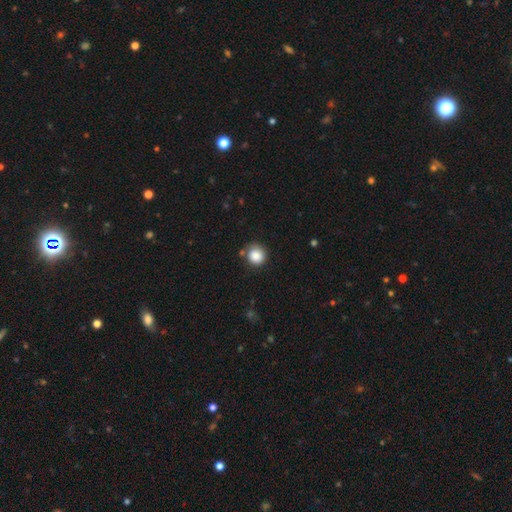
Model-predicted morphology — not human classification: Smooth or featured? smooth (86%)
How rounded? round (91%)
Merging? none (81%)